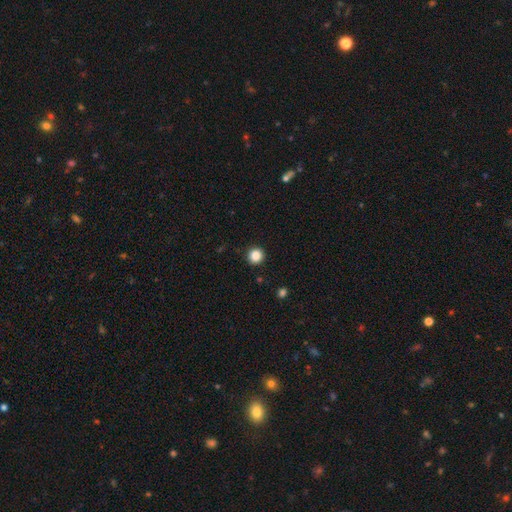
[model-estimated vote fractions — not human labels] Smooth or featured? Predicted: smooth (p=0.86). How rounded? Predicted: round (p=0.94). Merging? Predicted: none (p=0.92).